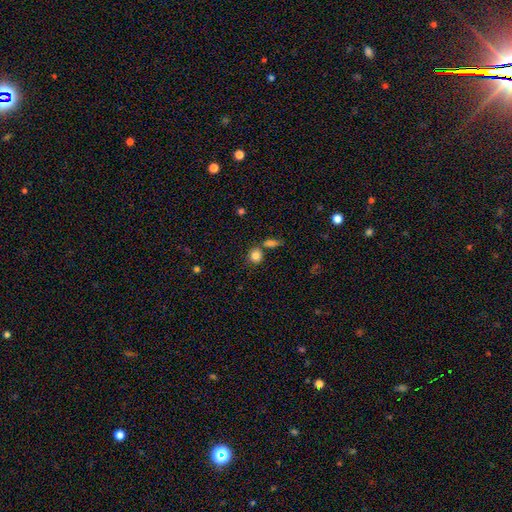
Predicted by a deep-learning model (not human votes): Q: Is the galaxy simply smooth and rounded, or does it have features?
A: smooth — 84%.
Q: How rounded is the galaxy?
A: round — 78%.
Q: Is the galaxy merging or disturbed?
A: none — 66%.